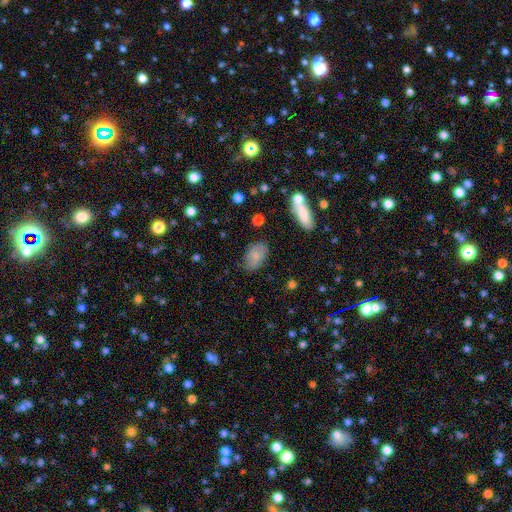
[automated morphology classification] This is likely a smooth galaxy (76%). How rounded: clearly in between (89%). Merging: likely none (78%).